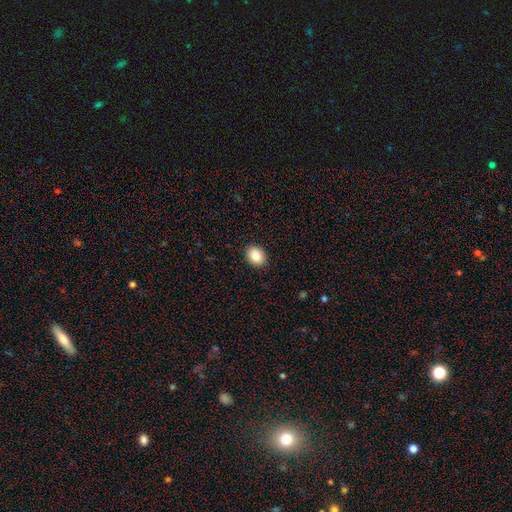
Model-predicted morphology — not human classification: Q: Smooth or featured?
A: smooth (85%); runner-up: star or artifact (9%)
Q: How rounded?
A: in between (54%); runner-up: round (45%)
Q: Merging?
A: none (91%); runner-up: minor disturbance (6%)